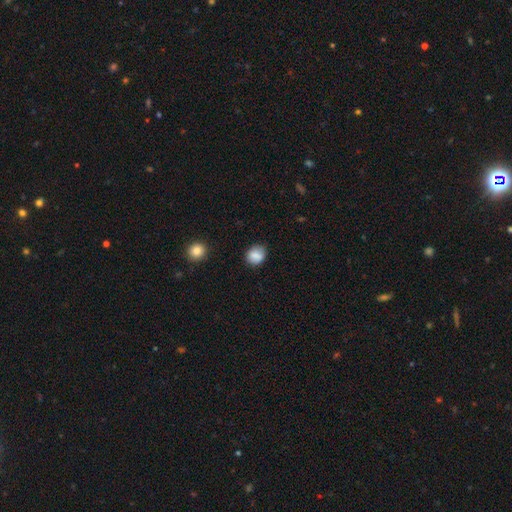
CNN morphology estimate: type=smooth (85%); roundness=round (65%); merging=none (77%).